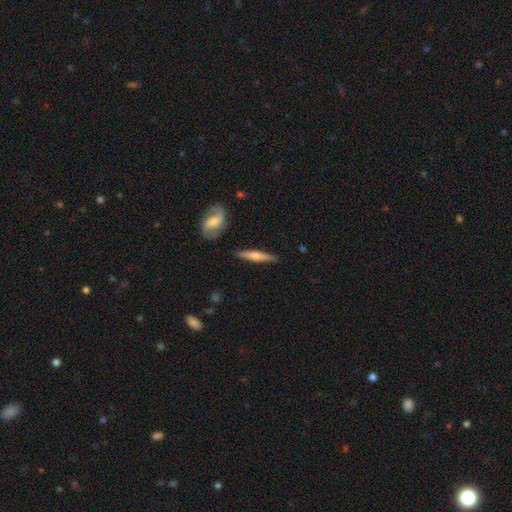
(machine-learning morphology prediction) featured or disk 55%, smooth 40%, star or artifact 5%. Down the decision tree: edge-on disk — yes (94%); edge-on bulge — rounded (75%); merging — none (86%).